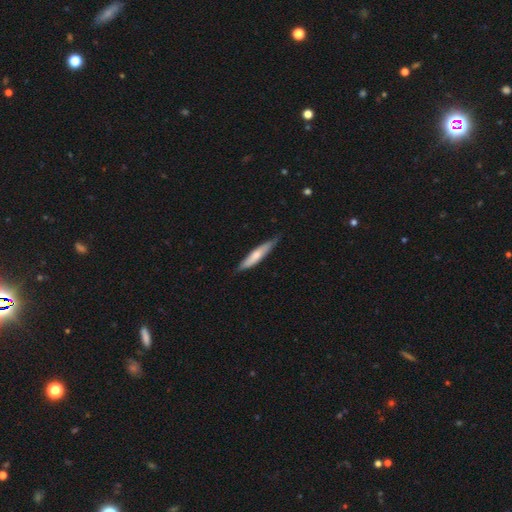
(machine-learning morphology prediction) smooth 62%, featured or disk 33%, star or artifact 5%. Down the decision tree: how rounded — cigar-shaped (85%); merging — none (74%).